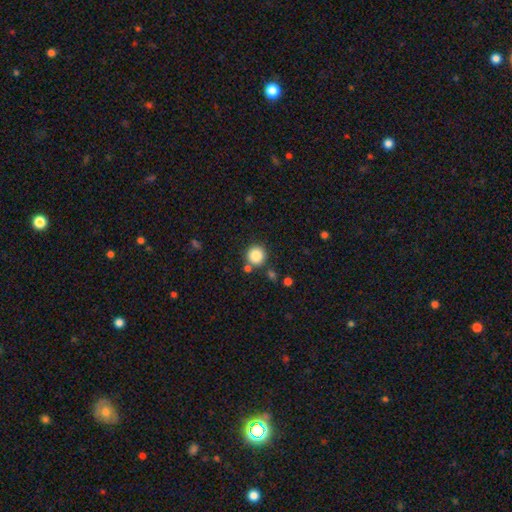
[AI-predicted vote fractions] Morphology: type=smooth (85%); roundness=round (93%); merging=none (80%).